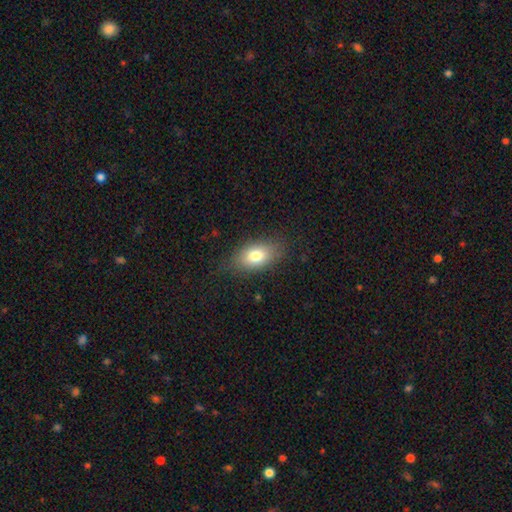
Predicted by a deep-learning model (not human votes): smooth 77%, featured or disk 14%, star or artifact 9%. Down the decision tree: how rounded — in between (85%); merging — none (79%).